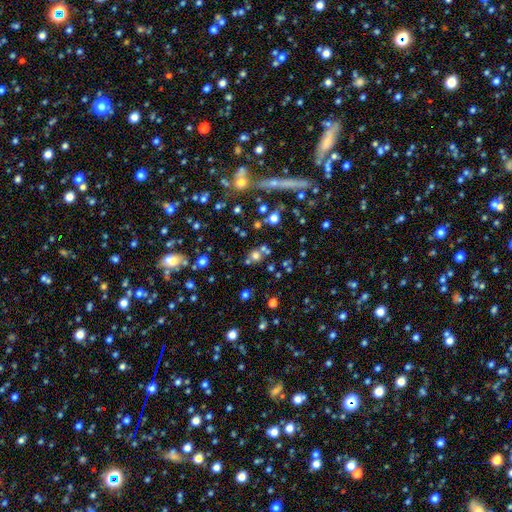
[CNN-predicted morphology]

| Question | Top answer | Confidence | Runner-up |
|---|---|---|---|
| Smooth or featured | smooth | 61% | star or artifact (26%) |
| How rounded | round | 83% | in between (16%) |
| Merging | none | 62% | merger (25%) |